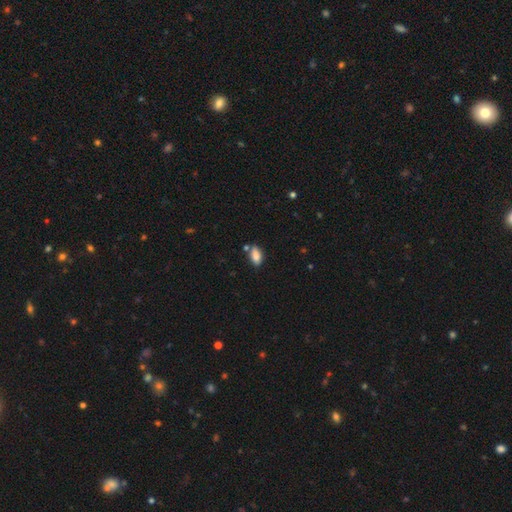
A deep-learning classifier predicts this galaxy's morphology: Smooth or featured? smooth (85%)
How rounded? in between (89%)
Merging? none (72%)